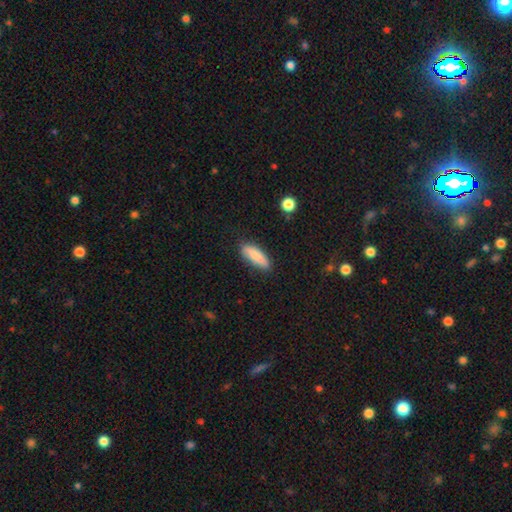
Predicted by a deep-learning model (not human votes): Morphology: type=smooth (84%); roundness=in between (56%); merging=none (77%).